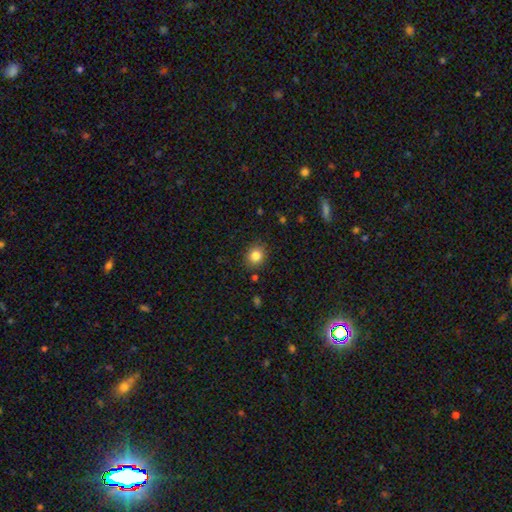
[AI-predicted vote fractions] A smooth galaxy with no disk features (84%) that is round (80%). Merging: none (87%).